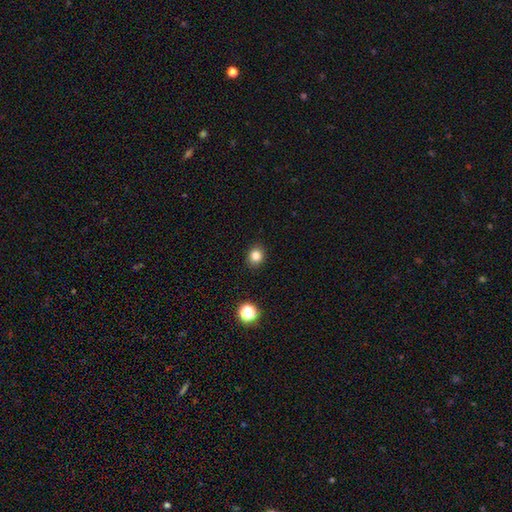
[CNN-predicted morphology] smooth_or_featured: smooth (p=0.82) [alt: star or artifact p=0.13]
how_rounded: round (p=0.75) [alt: in between p=0.24]
merging: none (p=0.90) [alt: minor disturbance p=0.07]